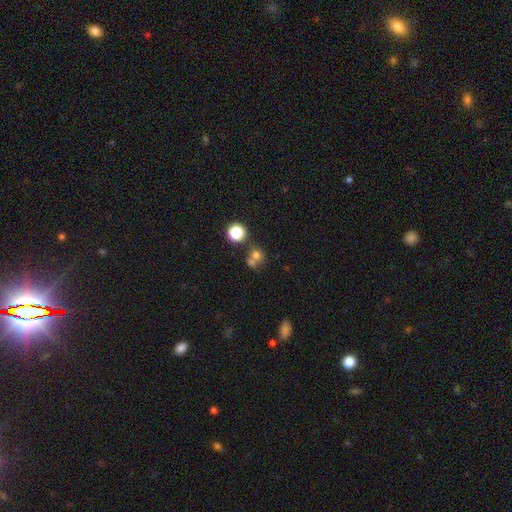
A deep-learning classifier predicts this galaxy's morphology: Smooth or featured: smooth — 69% (star or artifact — 19%)
How rounded: round — 80% (in between — 19%)
Merging: merger — 45% (none — 43%)